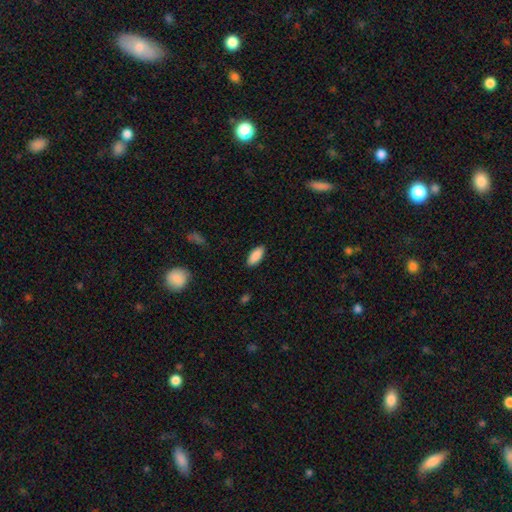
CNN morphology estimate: smooth-or-featured: smooth: 90% | star or artifact: 6% | featured or disk: 4%
  how-rounded: in between: 84% | cigar-shaped: 14% | round: 2%
  merging: none: 88% | minor disturbance: 9% | major disturbance: 2% | merger: 1%